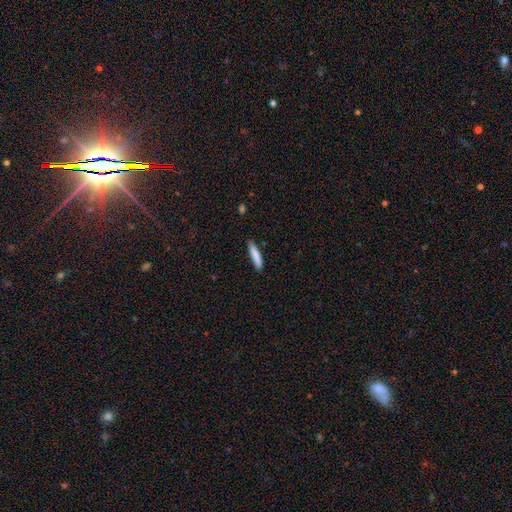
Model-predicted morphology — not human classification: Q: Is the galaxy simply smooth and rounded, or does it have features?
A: smooth — 84%.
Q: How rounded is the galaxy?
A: cigar-shaped — 88%.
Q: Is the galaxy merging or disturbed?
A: none — 84%.